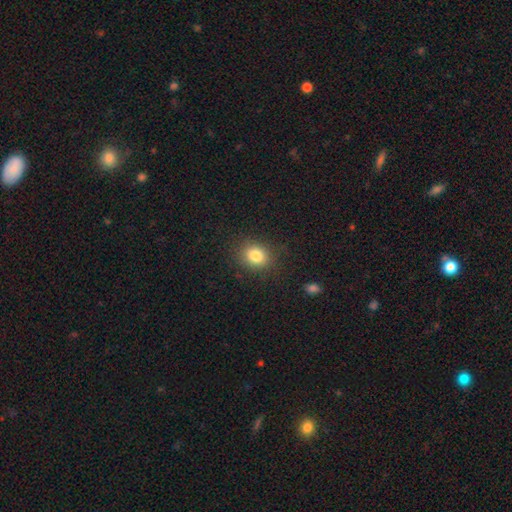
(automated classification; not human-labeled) A smooth galaxy with no disk features (82%) that is round (61%).

Vote fractions:
- Smooth or featured? smooth: 82% / star or artifact: 11% / featured or disk: 6%
- How rounded? round: 61% / in between: 38% / cigar-shaped: 1%
- Merging? none: 85% / minor disturbance: 10% / major disturbance: 3% / merger: 1%